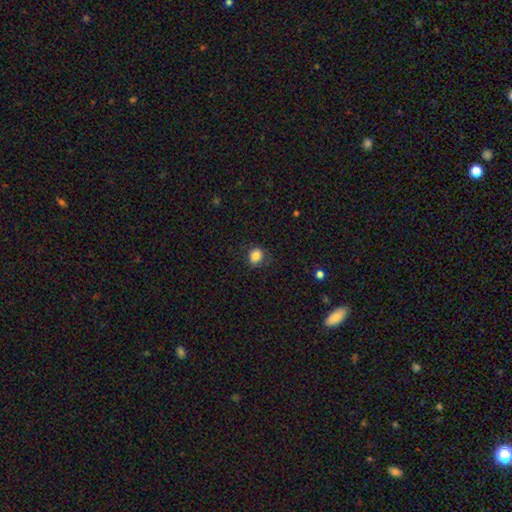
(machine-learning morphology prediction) The model was most divided on "how rounded": round: 68%, in between: 31%, cigar-shaped: 1%. More confident: smooth or featured — smooth (84%); merging — none (82%).